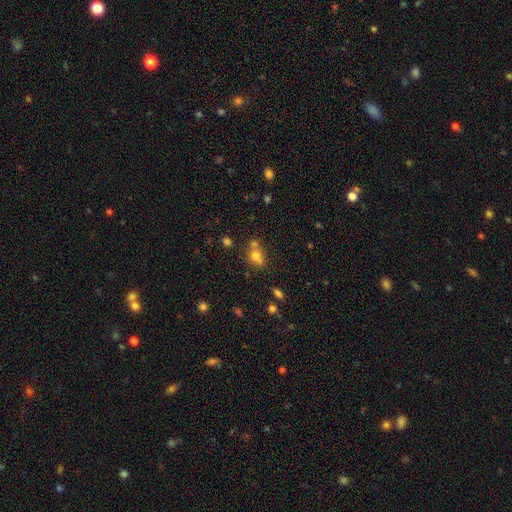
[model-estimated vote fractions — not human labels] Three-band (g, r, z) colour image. It shows a smooth galaxy with no disk features (69%) that is round (53%). Merging: none (42%).